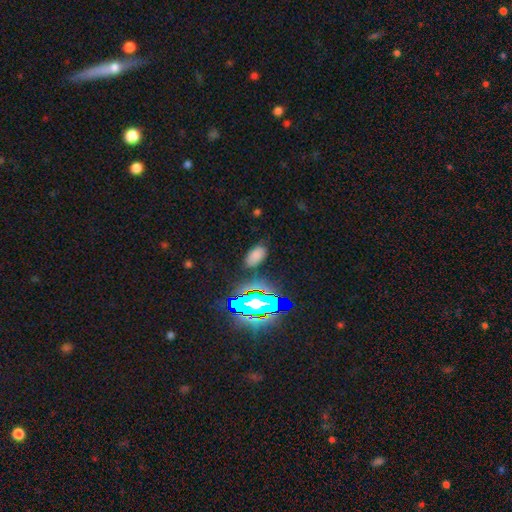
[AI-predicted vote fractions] Smooth or featured? Predicted: smooth (p=0.69). How rounded? Predicted: in between (p=0.93). Merging? Predicted: none (p=0.80).